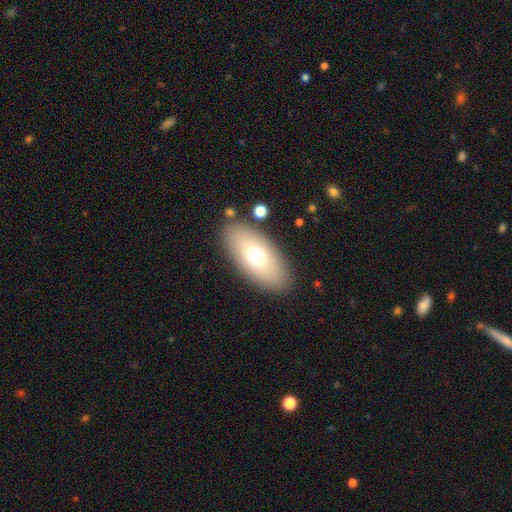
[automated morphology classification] smooth 68%, featured or disk 23%, star or artifact 9%. Down the decision tree: how rounded — in between (89%); merging — none (84%).